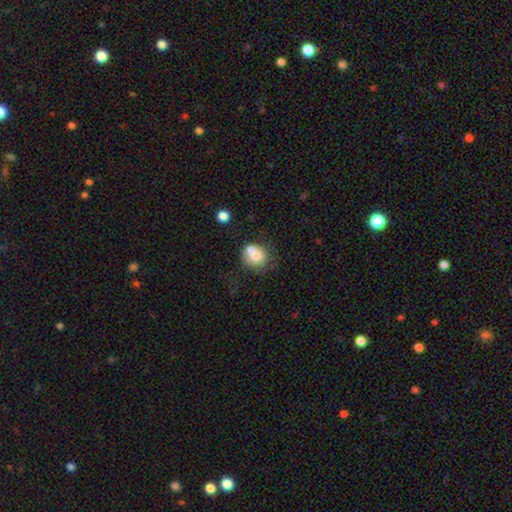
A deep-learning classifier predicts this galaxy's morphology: Smooth or featured?
  - smooth: 68% *
  - featured or disk: 22%
  - star or artifact: 9%
How rounded?
  - round: 79% *
  - in between: 20%
  - cigar-shaped: 1%
Merging?
  - merger: 45% *
  - none: 39%
  - minor disturbance: 11%
  - major disturbance: 5%